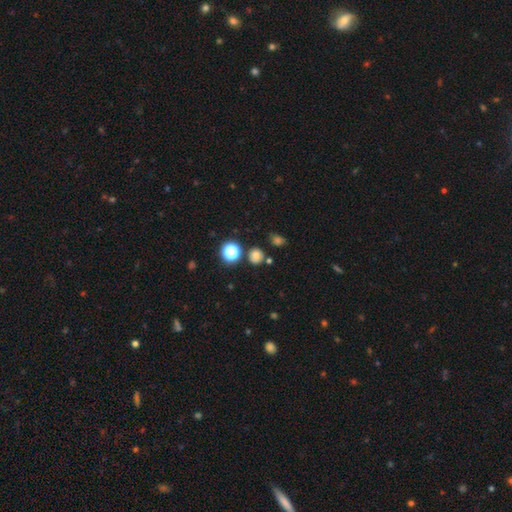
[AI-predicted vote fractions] A smooth galaxy with no disk features (71%) that is round (84%).

Vote fractions:
- Smooth or featured? smooth: 71% / star or artifact: 22% / featured or disk: 7%
- How rounded? round: 84% / in between: 15% / cigar-shaped: 1%
- Merging? none: 78% / minor disturbance: 10% / merger: 9% / major disturbance: 3%